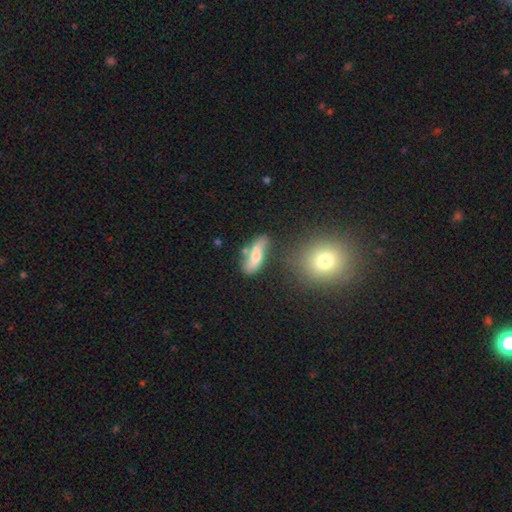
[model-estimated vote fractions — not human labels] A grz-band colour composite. It shows a smooth galaxy with no disk features (48%). Merging: none (55%).